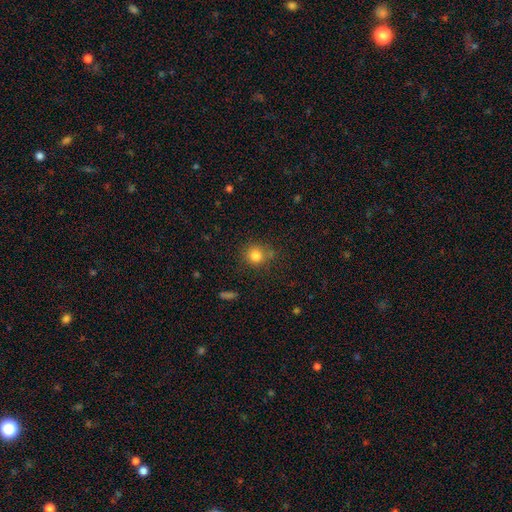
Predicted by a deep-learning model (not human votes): Smooth or featured?
  - smooth: 82% *
  - star or artifact: 12%
  - featured or disk: 6%
How rounded?
  - round: 90% *
  - in between: 9%
  - cigar-shaped: 1%
Merging?
  - none: 77% *
  - minor disturbance: 13%
  - merger: 6%
  - major disturbance: 4%